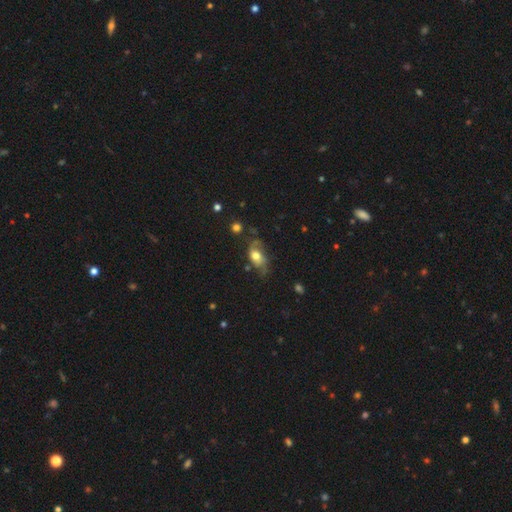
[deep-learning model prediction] Q: Smooth or featured?
A: smooth (54%); runner-up: featured or disk (36%)
Q: How rounded?
A: in between (82%); runner-up: round (14%)
Q: Merging?
A: none (46%); runner-up: minor disturbance (30%)